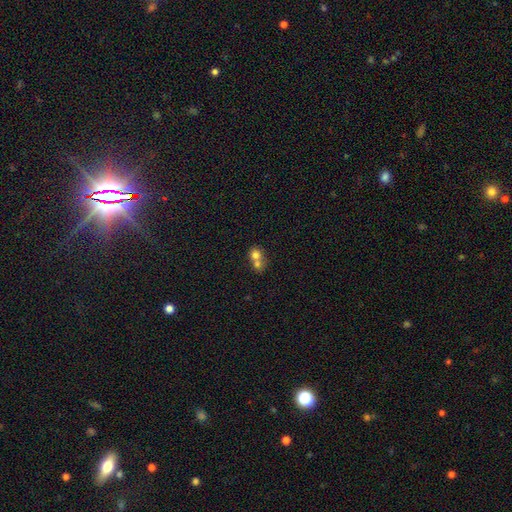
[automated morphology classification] Overall: smooth (74%). How rounded: round (75%). Merging: merger (67%).